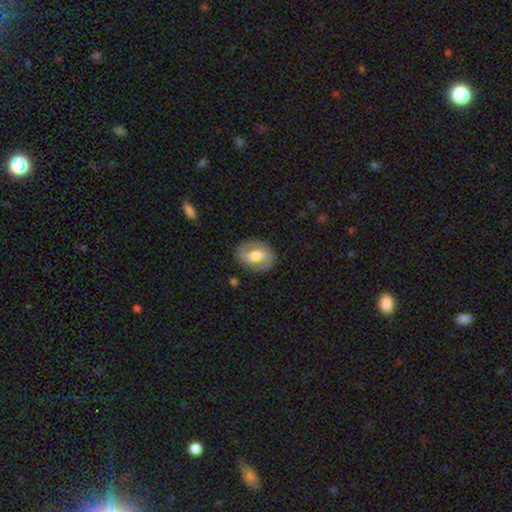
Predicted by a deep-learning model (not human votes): Overall: featured or disk (60%; smooth 34%). Edge-on disk: no (95%). Bar: weak (42%; no 35%). Spiral arms: yes (66%; no 34%). Bulge size: moderate (63%). Merging: none (83%).